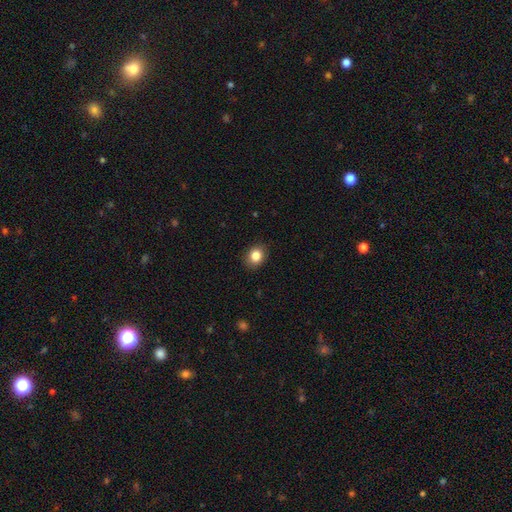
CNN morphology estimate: smooth-or-featured: smooth: 85% | star or artifact: 10% | featured or disk: 6%
  how-rounded: round: 56% | in between: 43% | cigar-shaped: 1%
  merging: none: 89% | minor disturbance: 8% | major disturbance: 2% | merger: 1%